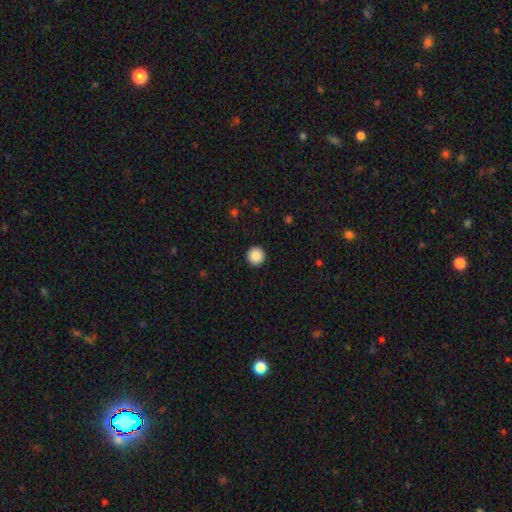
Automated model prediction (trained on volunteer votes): smooth-or-featured: smooth: 89% | star or artifact: 9% | featured or disk: 3%
  how-rounded: round: 96% | in between: 3% | cigar-shaped: 1%
  merging: none: 93% | minor disturbance: 4% | major disturbance: 2% | merger: 1%